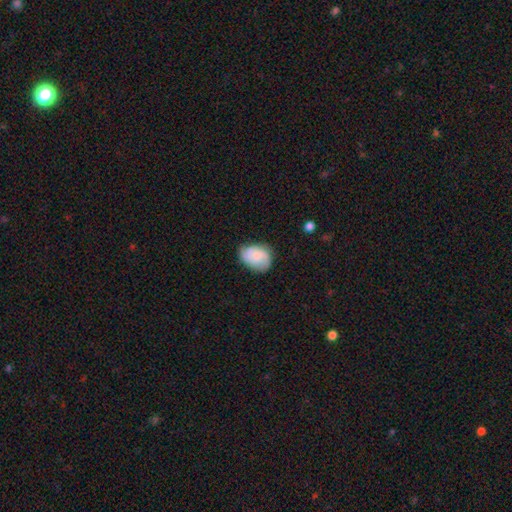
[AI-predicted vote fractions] A smooth galaxy with no disk features (57%) that is in between round and cigar-shaped (67%). Merging: none (63%).